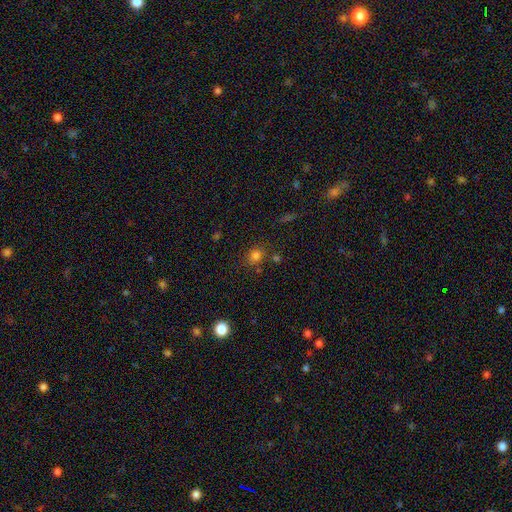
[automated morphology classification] The model was most divided on "how rounded": round: 70%, in between: 29%, cigar-shaped: 1%. More confident: smooth or featured — smooth (75%); merging — none (73%).